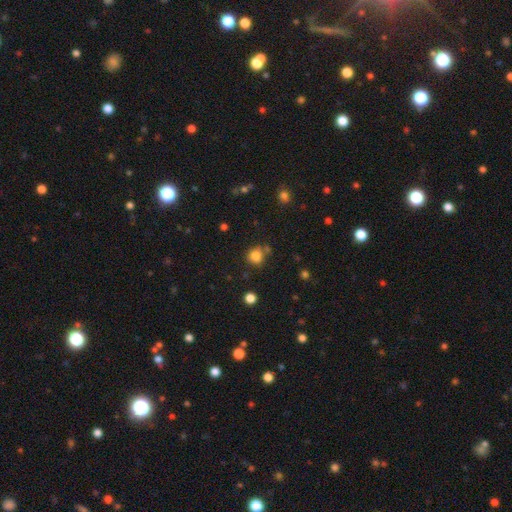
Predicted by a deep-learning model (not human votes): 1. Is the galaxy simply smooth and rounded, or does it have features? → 82% smooth, 13% star or artifact, 5% featured or disk.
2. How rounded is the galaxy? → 84% round, 15% in between, 1% cigar-shaped.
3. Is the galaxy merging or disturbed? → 70% none, 14% minor disturbance, 11% merger, 5% major disturbance.